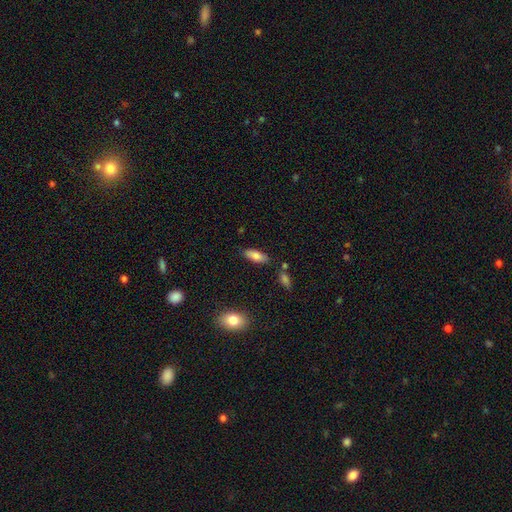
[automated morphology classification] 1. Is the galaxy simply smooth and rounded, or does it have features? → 82% smooth, 11% featured or disk, 7% star or artifact.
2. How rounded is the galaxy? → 78% in between, 20% cigar-shaped, 2% round.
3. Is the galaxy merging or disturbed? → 81% none, 12% minor disturbance, 4% merger, 3% major disturbance.